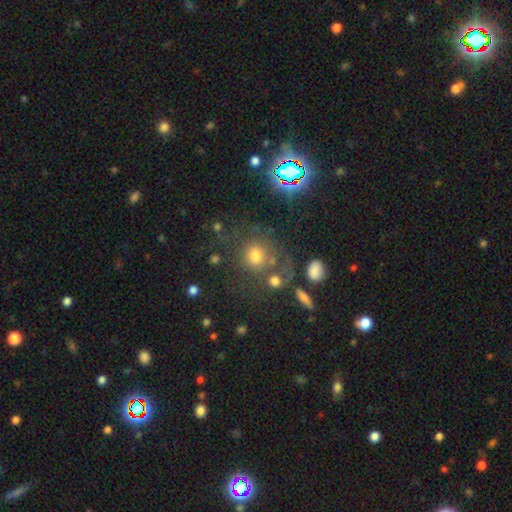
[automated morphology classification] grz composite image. It shows a smooth galaxy with no disk features (65%) that is round (84%). Merging: none (60%).